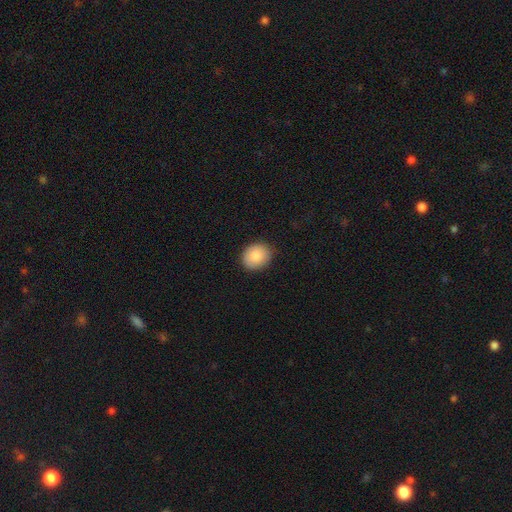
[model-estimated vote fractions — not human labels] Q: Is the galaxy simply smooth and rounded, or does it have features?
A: smooth — 86%.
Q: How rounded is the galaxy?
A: round — 69%.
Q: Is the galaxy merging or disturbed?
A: none — 84%.